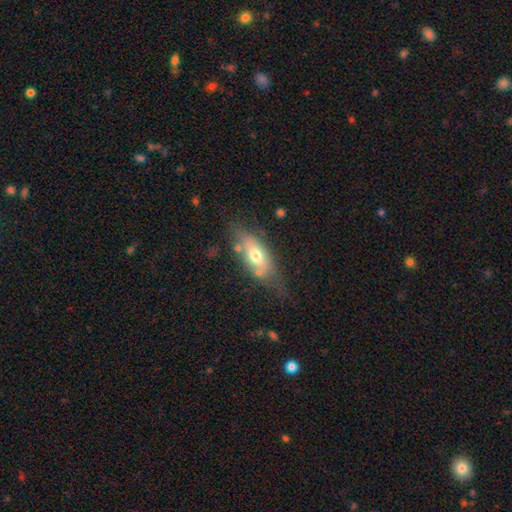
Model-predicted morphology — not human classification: smooth_or_featured: smooth (p=0.58) [alt: featured or disk p=0.34]
how_rounded: in between (p=0.79) [alt: cigar-shaped p=0.17]
merging: none (p=0.54) [alt: minor disturbance p=0.26]